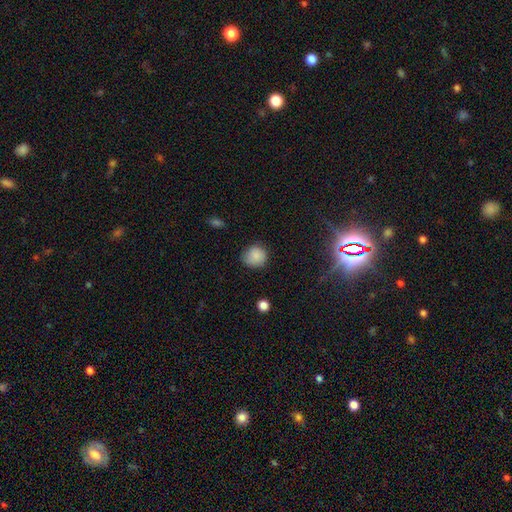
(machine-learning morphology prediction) A smooth galaxy with no disk features (86%) that is round (85%). Merging: none (77%).